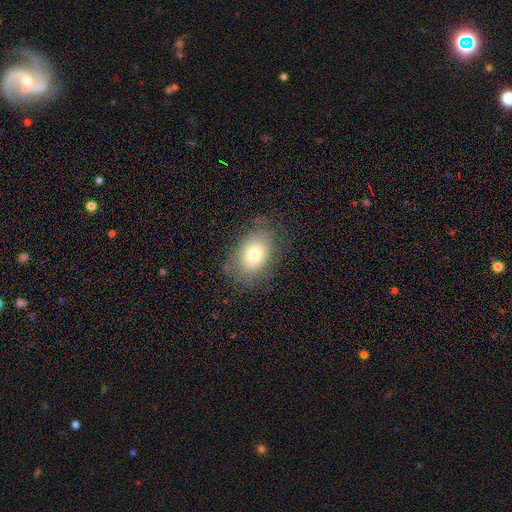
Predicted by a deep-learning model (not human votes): A smooth galaxy with no disk features (68%) that is in between round and cigar-shaped (80%). Merging: none (75%).